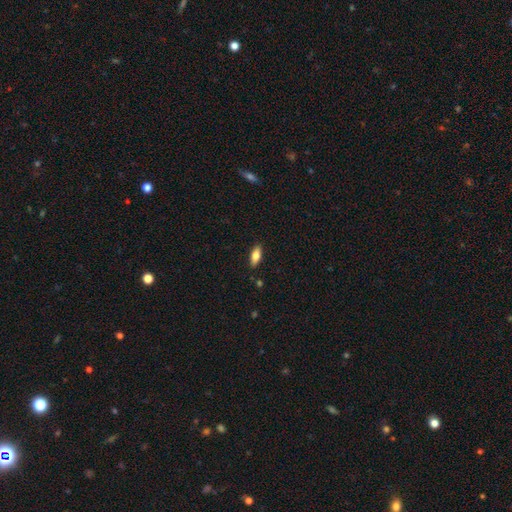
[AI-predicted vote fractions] The model was most divided on "smooth or featured": smooth: 73%, featured or disk: 20%, star or artifact: 7%. More confident: merging — none (88%); how rounded — in between (78%).